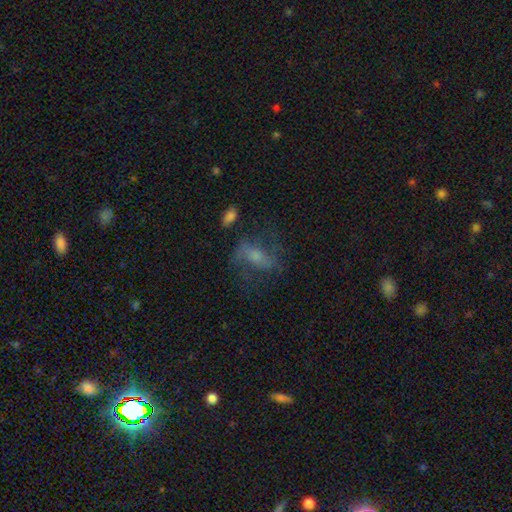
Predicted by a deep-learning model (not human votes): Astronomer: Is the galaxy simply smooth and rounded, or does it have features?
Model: featured or disk — 55% (runner-up: smooth, 31%).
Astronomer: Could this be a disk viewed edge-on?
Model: no — 92%.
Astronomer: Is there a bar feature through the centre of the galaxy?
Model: no — 42% (runner-up: weak, 36%).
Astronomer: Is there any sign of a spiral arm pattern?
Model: yes — 70%.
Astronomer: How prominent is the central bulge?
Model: small — 35% (runner-up: moderate, 33%).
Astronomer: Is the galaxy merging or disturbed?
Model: none — 52%.